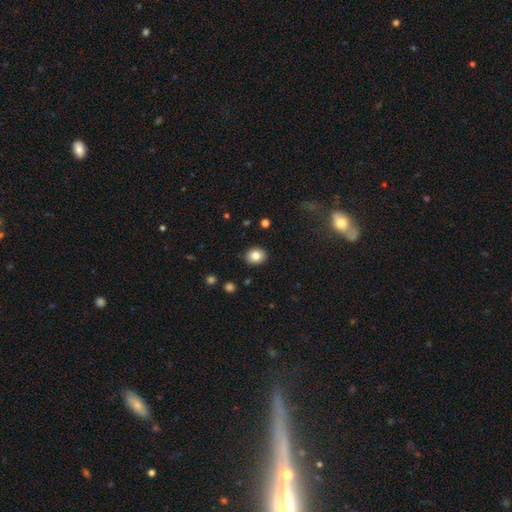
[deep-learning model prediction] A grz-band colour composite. It shows a smooth galaxy with no disk features (82%) that is round (63%). Merging: none (90%).